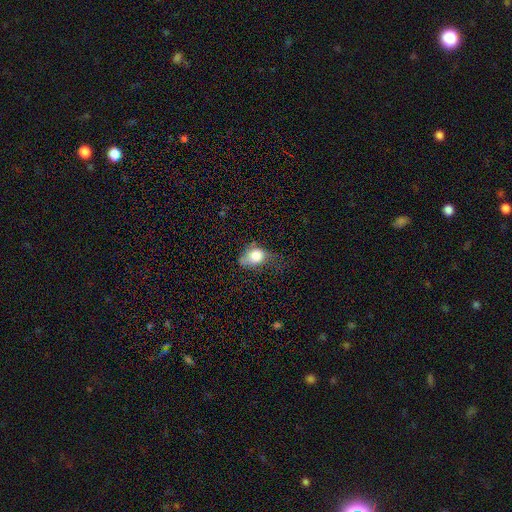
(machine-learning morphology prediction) Smooth or featured: smooth — 73% (featured or disk — 17%)
How rounded: in between — 61% (round — 37%)
Merging: minor disturbance — 36% (major disturbance — 34%)